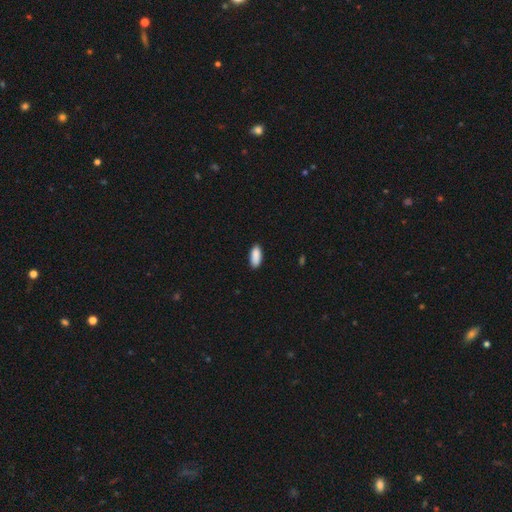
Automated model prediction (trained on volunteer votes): smooth 90%, star or artifact 6%, featured or disk 4%. Down the decision tree: how rounded — in between (83%); merging — none (86%).